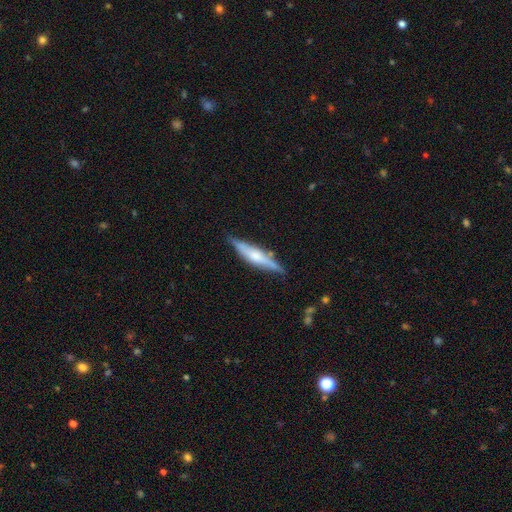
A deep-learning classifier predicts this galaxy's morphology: Smooth or featured? Predicted: featured or disk (p=0.56). Edge-on disk? Predicted: yes (p=0.94). Edge-on bulge? Predicted: rounded (p=0.67). Merging? Predicted: none (p=0.81).